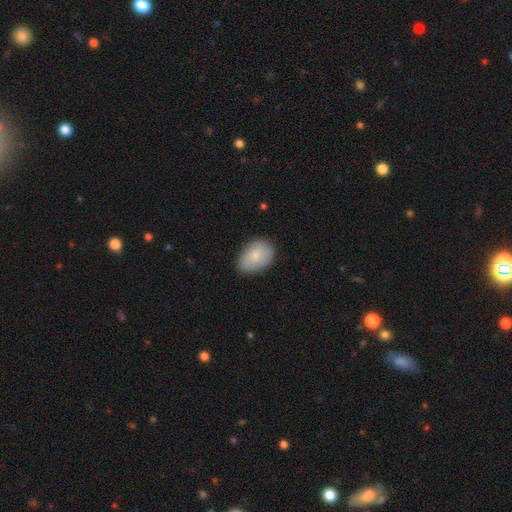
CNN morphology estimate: smooth-or-featured: smooth: 77% | featured or disk: 17% | star or artifact: 6%
  how-rounded: in between: 81% | round: 18% | cigar-shaped: 1%
  merging: none: 80% | minor disturbance: 16% | major disturbance: 3% | merger: 1%